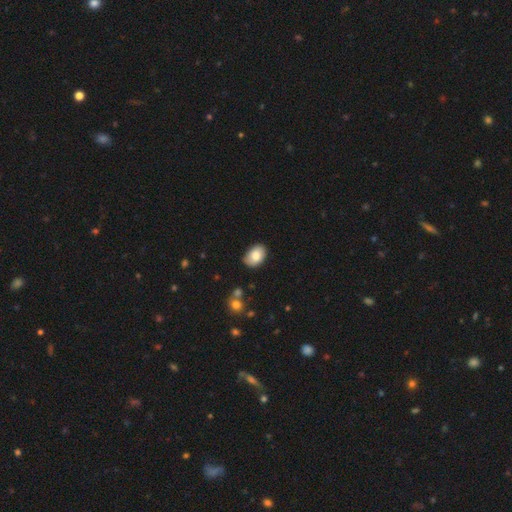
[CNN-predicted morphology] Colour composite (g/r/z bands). It shows a smooth galaxy with no disk features (83%) that is in between round and cigar-shaped (86%). Merging: none (82%).